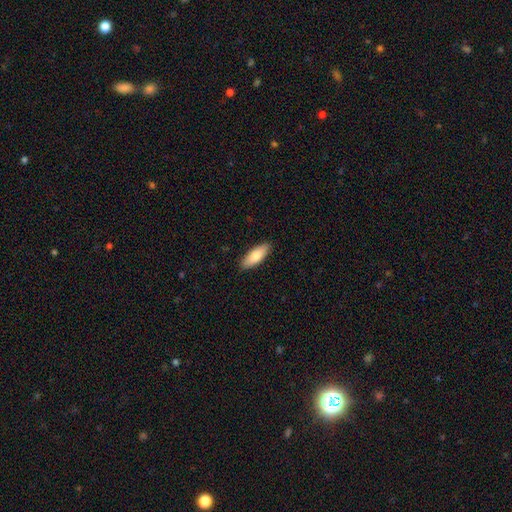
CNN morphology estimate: This is likely a smooth galaxy (79%). How rounded: likely in between (70%). Merging: clearly none (89%).